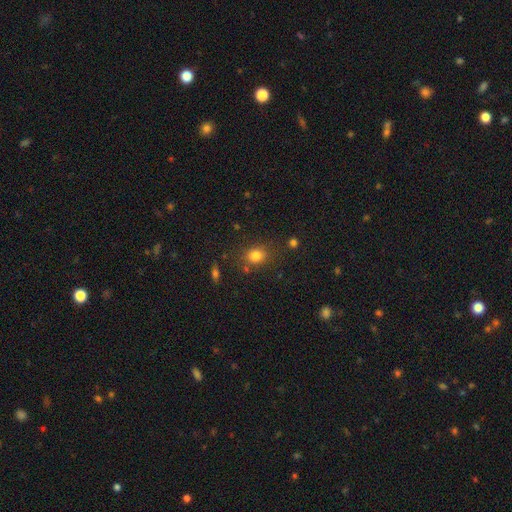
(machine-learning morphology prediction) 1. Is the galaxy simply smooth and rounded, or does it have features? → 81% smooth, 13% star or artifact, 6% featured or disk.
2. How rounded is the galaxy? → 60% round, 39% in between, 1% cigar-shaped.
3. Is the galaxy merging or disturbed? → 76% none, 13% minor disturbance, 6% merger, 5% major disturbance.